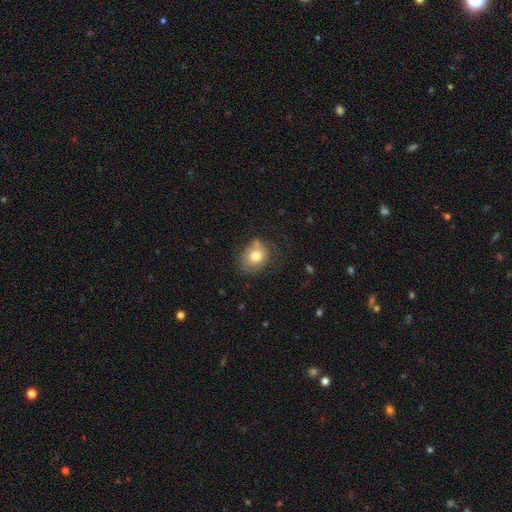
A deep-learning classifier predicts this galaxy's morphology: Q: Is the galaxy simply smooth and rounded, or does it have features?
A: smooth — 75%.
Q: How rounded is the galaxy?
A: round — 52%.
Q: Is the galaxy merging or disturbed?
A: none — 61%.